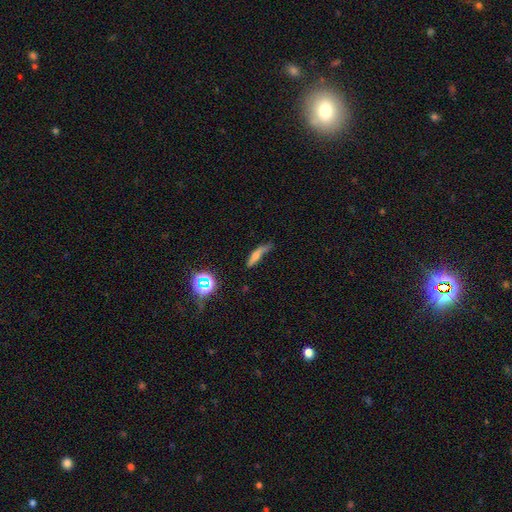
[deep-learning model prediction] smooth 60%, featured or disk 27%, star or artifact 13%. Down the decision tree: how rounded — cigar-shaped (73%); merging — none (42%).